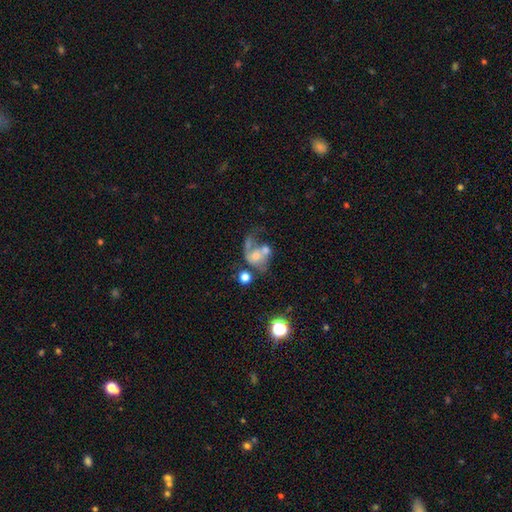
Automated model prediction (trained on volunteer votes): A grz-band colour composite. It shows a featured or disk galaxy (53%) with no bar (76%), spiral arms (55%) and a moderate central bulge (44%). Merging: merger (41%).